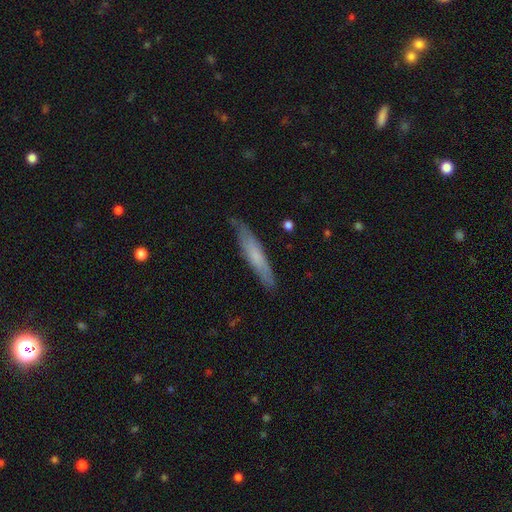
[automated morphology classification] Q: Smooth or featured?
A: smooth (61%); runner-up: featured or disk (33%)
Q: How rounded?
A: cigar-shaped (89%); runner-up: in between (9%)
Q: Merging?
A: none (80%); runner-up: minor disturbance (16%)